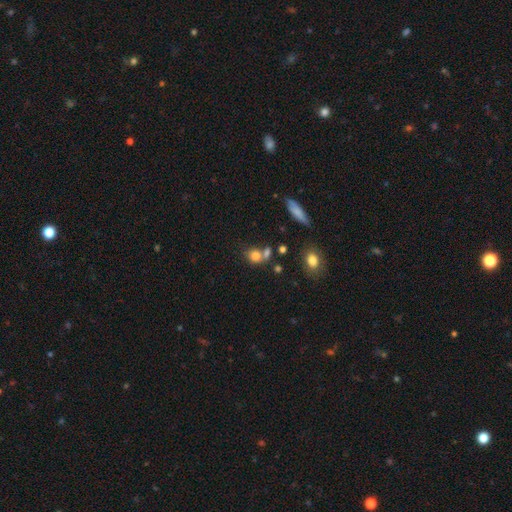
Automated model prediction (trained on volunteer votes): smooth-or-featured: smooth: 78% | star or artifact: 12% | featured or disk: 10%
  how-rounded: round: 64% | in between: 34% | cigar-shaped: 2%
  merging: none: 46% | merger: 36% | minor disturbance: 13% | major disturbance: 6%